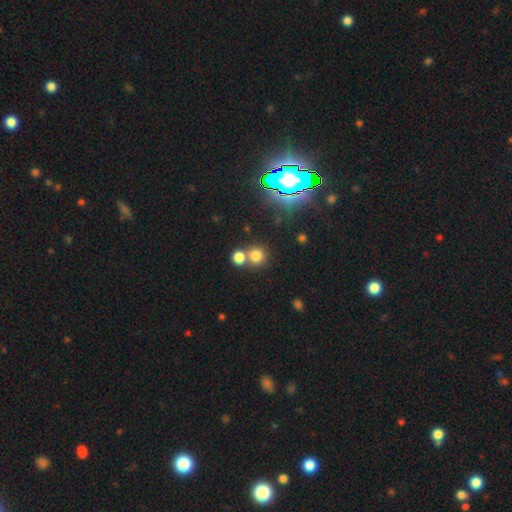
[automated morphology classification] This is likely a smooth galaxy (73%). How rounded: clearly round (90%). Merging: possibly none (54%).